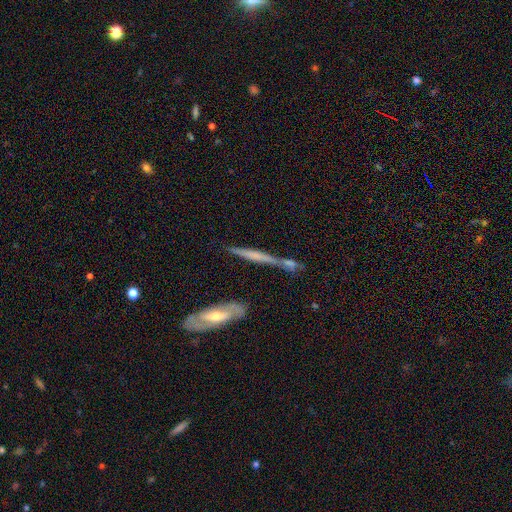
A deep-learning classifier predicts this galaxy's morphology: A featured or disk galaxy (59%) viewed edge-on (91%) with no central bulge (48%). Merging: none (63%).